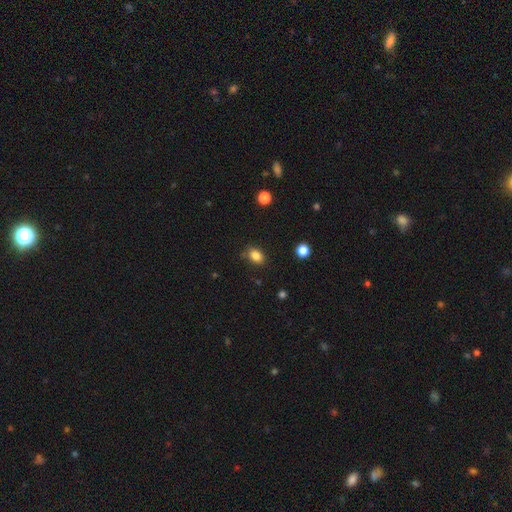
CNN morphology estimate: A smooth galaxy with no disk features (85%) that is in between round and cigar-shaped (76%). Merging: none (81%).